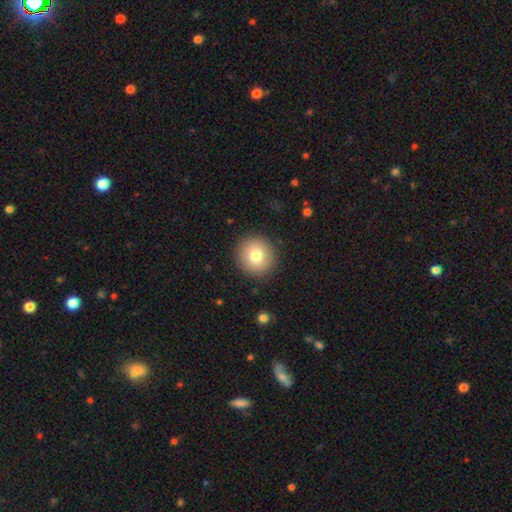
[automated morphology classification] smooth-or-featured: smooth: 79% | featured or disk: 12% | star or artifact: 10%
  how-rounded: round: 92% | in between: 7% | cigar-shaped: 1%
  merging: none: 89% | minor disturbance: 7% | major disturbance: 2% | merger: 1%